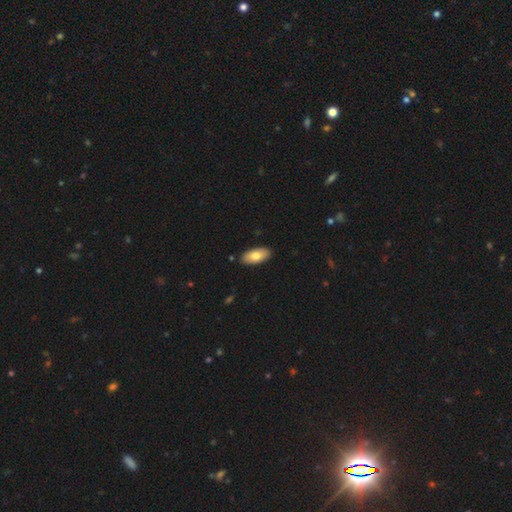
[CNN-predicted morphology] The model was most divided on "smooth or featured": smooth: 79%, featured or disk: 15%, star or artifact: 6%. More confident: how rounded — in between (92%); merging — none (89%).